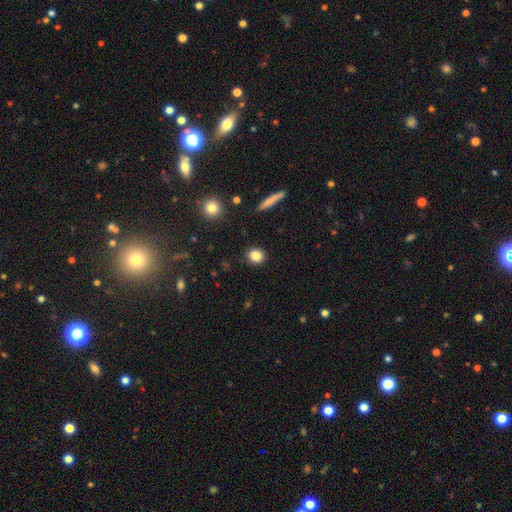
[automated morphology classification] smooth-or-featured: smooth: 84% | star or artifact: 10% | featured or disk: 6%
  how-rounded: round: 77% | in between: 21% | cigar-shaped: 2%
  merging: none: 90% | minor disturbance: 6% | major disturbance: 2% | merger: 1%